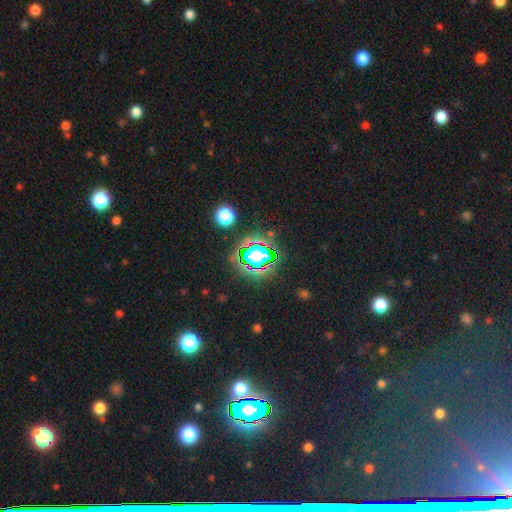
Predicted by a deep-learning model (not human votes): Smooth or featured? star or artifact (64%)